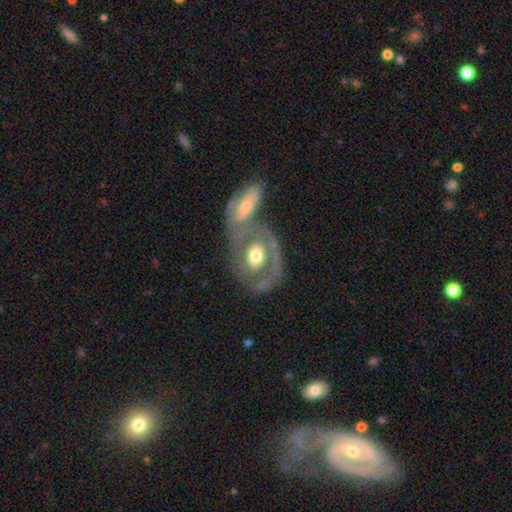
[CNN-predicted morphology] Overall: featured or disk (65%; smooth 30%). Edge-on disk: no (94%). Bar: no (78%). Spiral arms: no (60%; yes 40%). Bulge size: moderate (68%). Merging: none (43%; merger 36%).